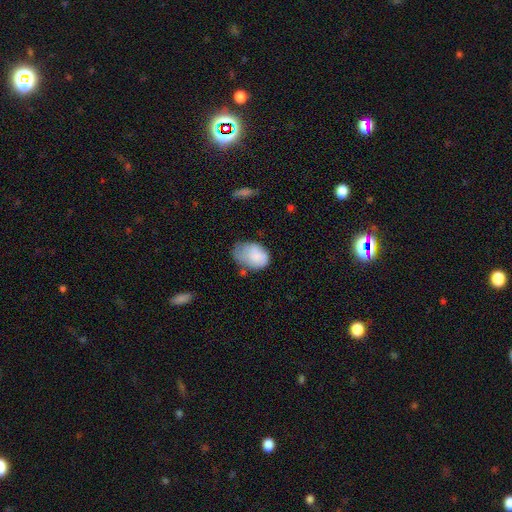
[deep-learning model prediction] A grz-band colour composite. It shows a smooth galaxy with no disk features (78%) that is in between round and cigar-shaped (80%). Merging: minor disturbance (43%).